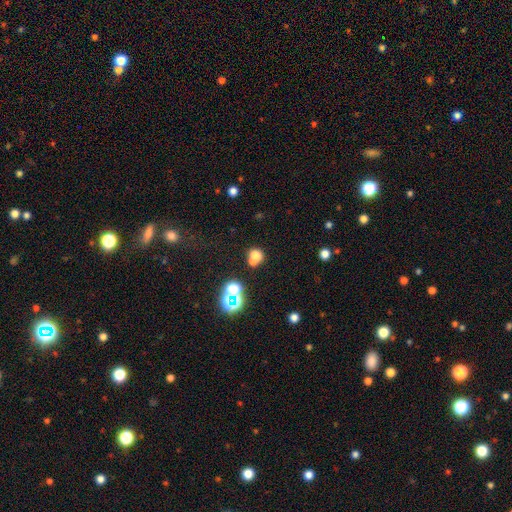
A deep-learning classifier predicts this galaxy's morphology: A smooth galaxy with no disk features (67%) that is round (79%). Merging: merger (46%).